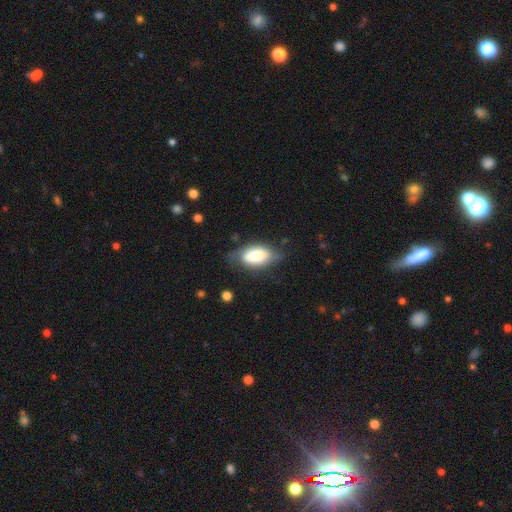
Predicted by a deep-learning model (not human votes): smooth 77%, featured or disk 17%, star or artifact 7%. Down the decision tree: how rounded — in between (92%); merging — none (61%).